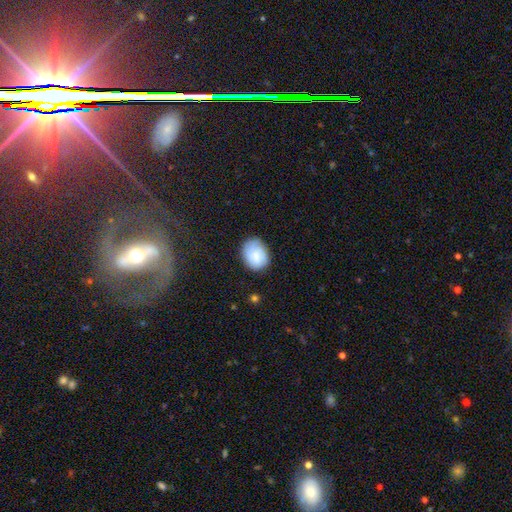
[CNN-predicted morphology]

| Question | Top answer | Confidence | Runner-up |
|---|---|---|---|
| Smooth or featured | smooth | 69% | featured or disk (23%) |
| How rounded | in between | 58% | round (41%) |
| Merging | none | 71% | minor disturbance (22%) |